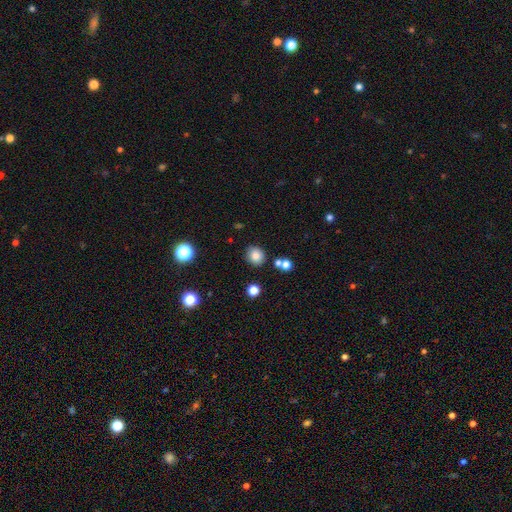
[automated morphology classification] A smooth galaxy with no disk features (82%) that is round (77%).

Vote fractions:
- Smooth or featured? smooth: 82% / star or artifact: 12% / featured or disk: 6%
- How rounded? round: 77% / in between: 22% / cigar-shaped: 1%
- Merging? none: 82% / minor disturbance: 9% / merger: 6% / major disturbance: 3%